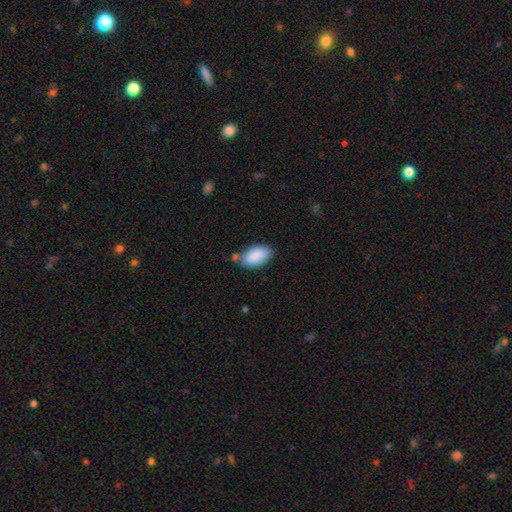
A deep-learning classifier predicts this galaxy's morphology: A smooth galaxy with no disk features (89%) that is in between round and cigar-shaped (94%).

Vote fractions:
- Smooth or featured? smooth: 89% / star or artifact: 6% / featured or disk: 5%
- How rounded? in between: 94% / round: 3% / cigar-shaped: 3%
- Merging? none: 72% / minor disturbance: 17% / merger: 7% / major disturbance: 4%